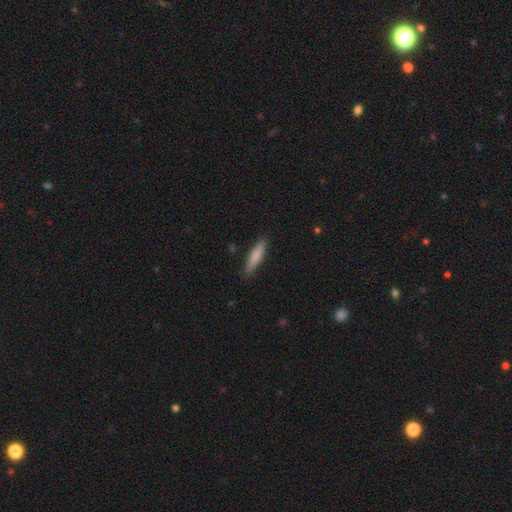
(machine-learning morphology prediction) type=smooth (81%); roundness=cigar-shaped (81%); merging=none (86%).